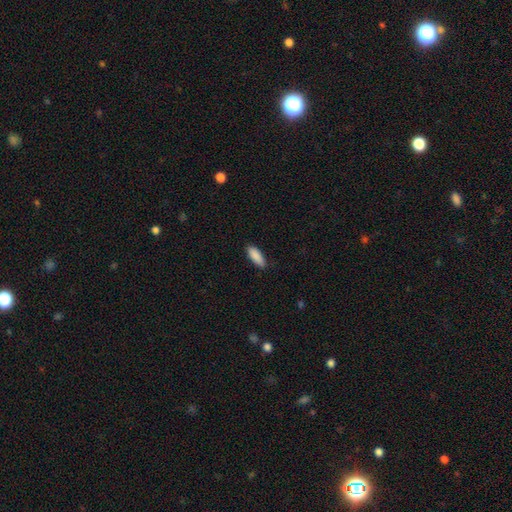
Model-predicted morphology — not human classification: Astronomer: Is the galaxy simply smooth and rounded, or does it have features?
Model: smooth — 89%.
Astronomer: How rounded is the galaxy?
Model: in between — 72%.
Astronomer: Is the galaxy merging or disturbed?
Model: none — 83%.